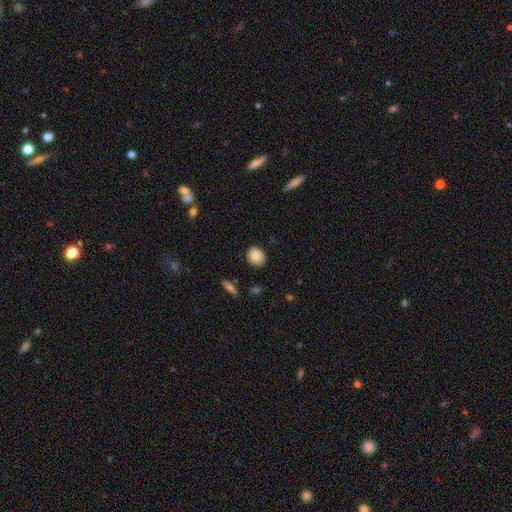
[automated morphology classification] Smooth or featured: smooth — 85% (star or artifact — 8%)
How rounded: round — 67% (in between — 32%)
Merging: none — 86% (minor disturbance — 11%)